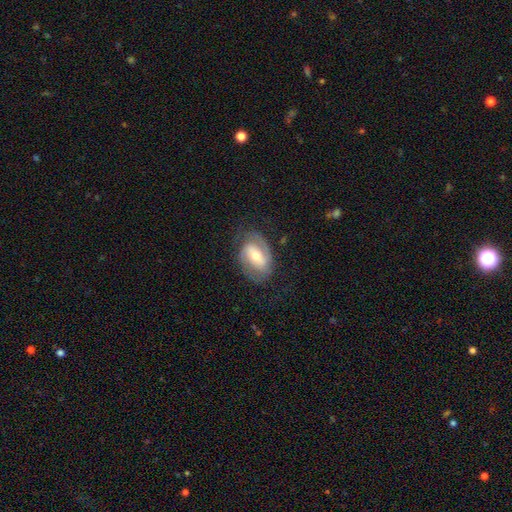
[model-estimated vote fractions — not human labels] Smooth or featured? featured or disk (73%)
Edge-on disk? no (95%)
Bar? weak (41%)
Spiral arms? yes (86%)
Spiral winding? medium (42%)
Spiral arm count? 2 (78%)
Bulge size? moderate (56%)
Merging? none (72%)